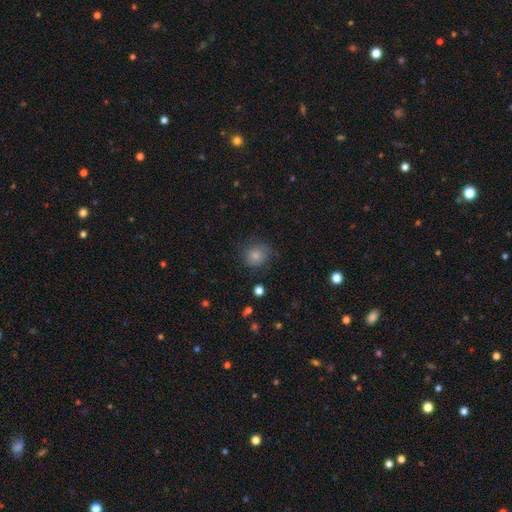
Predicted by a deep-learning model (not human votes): smooth_or_featured: smooth (p=0.81) [alt: star or artifact p=0.11]
how_rounded: round (p=0.79) [alt: in between p=0.20]
merging: none (p=0.75) [alt: minor disturbance p=0.18]